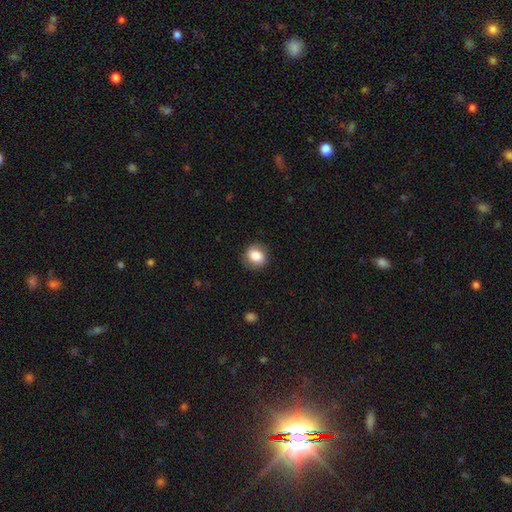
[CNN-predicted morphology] Smooth or featured: smooth — 83% (featured or disk — 9%)
How rounded: round — 70% (in between — 29%)
Merging: none — 84% (minor disturbance — 12%)